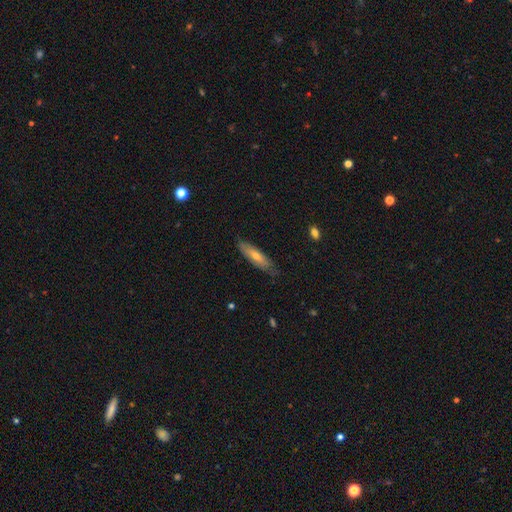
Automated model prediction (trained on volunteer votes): Smooth or featured: smooth — 51% (featured or disk — 42%)
How rounded: cigar-shaped — 69% (in between — 29%)
Merging: none — 78% (minor disturbance — 18%)